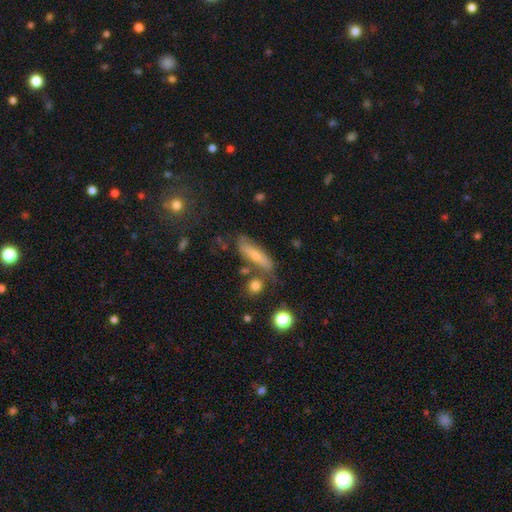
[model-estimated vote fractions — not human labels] Morphology: type=smooth (54%); roundness=cigar-shaped (72%); merging=none (65%).